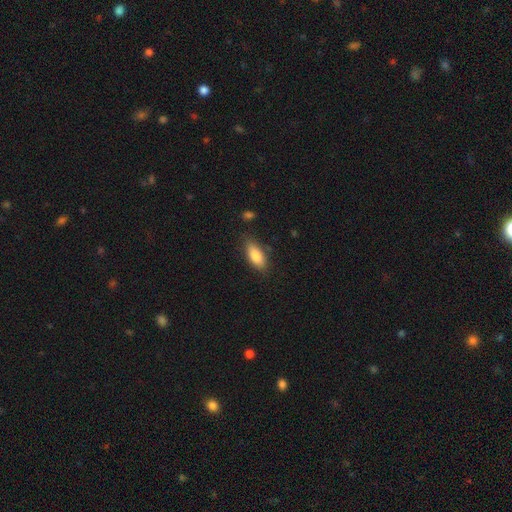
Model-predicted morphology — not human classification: Smooth or featured? Predicted: smooth (p=0.82). How rounded? Predicted: in between (p=0.82). Merging? Predicted: none (p=0.79).